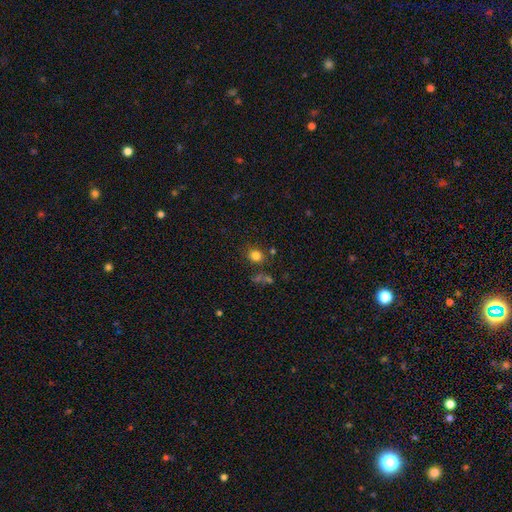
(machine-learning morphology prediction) Smooth or featured? smooth (80%)
How rounded? round (73%)
Merging? none (79%)